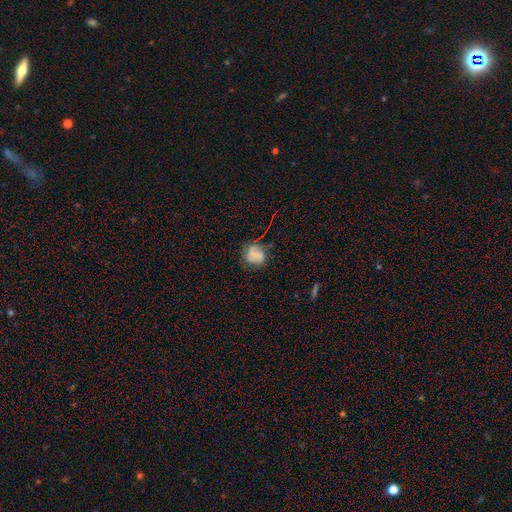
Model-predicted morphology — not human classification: smooth_or_featured: smooth (p=0.62) [alt: featured or disk p=0.22]
how_rounded: round (p=0.72) [alt: in between p=0.27]
merging: none (p=0.62) [alt: minor disturbance p=0.24]